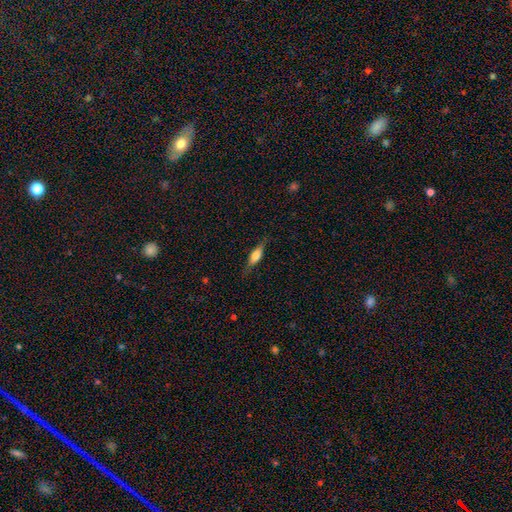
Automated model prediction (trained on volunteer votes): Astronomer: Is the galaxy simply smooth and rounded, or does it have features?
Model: smooth — 56% (runner-up: featured or disk, 37%).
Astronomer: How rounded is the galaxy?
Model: in between — 51% (runner-up: cigar-shaped, 46%).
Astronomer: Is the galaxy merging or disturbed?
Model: none — 78%.